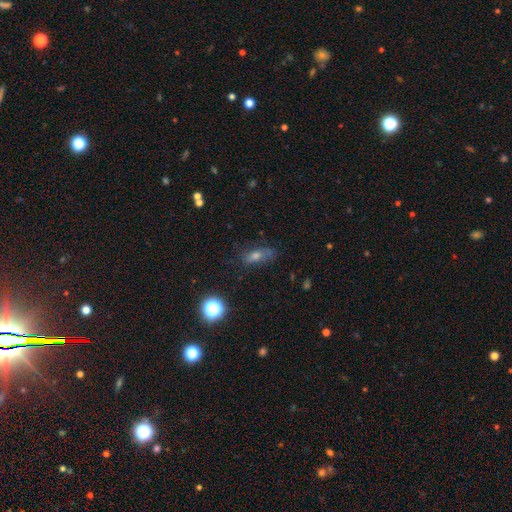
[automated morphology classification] smooth 51%, star or artifact 25%, featured or disk 24%. Down the decision tree: how rounded — in between (67%); merging — none (67%).